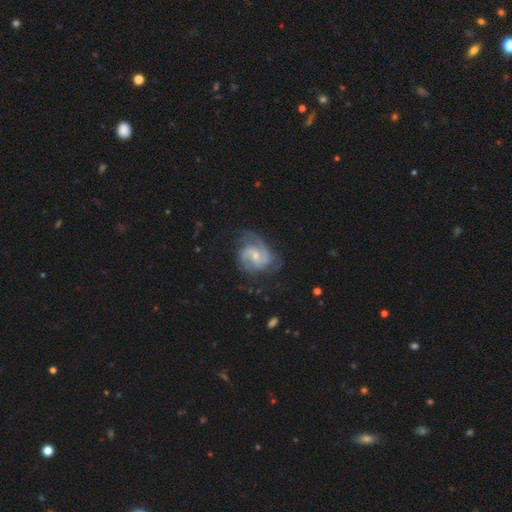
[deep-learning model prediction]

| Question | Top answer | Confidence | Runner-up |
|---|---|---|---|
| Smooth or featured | featured or disk | 86% | smooth (9%) |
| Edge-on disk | no | 98% | yes (2%) |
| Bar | no | 49% | weak (43%) |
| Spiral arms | yes | 96% | no (4%) |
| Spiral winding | medium | 51% | tight (33%) |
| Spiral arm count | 2 | 53% | 3 (22%) |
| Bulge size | small | 58% | moderate (36%) |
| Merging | none | 61% | minor disturbance (23%) |